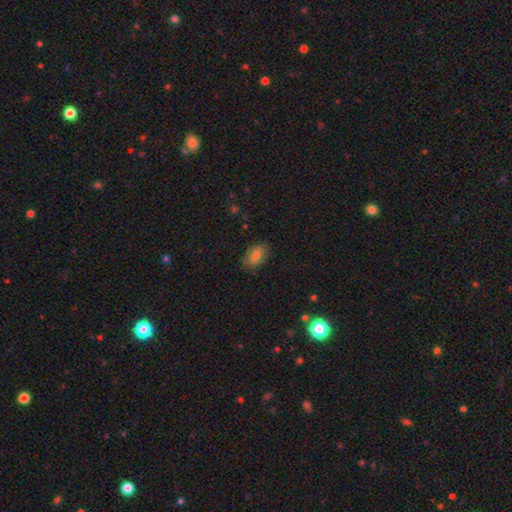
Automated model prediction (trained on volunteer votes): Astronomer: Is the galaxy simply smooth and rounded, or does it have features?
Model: smooth — 70%.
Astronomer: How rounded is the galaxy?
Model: in between — 89%.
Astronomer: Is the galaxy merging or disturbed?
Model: none — 80%.